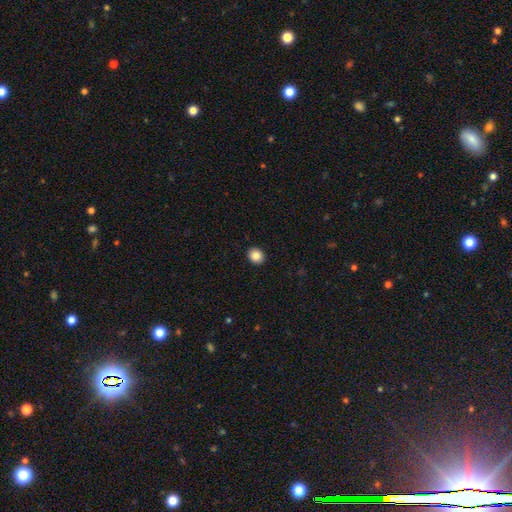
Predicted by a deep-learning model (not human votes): Q: Smooth or featured?
A: smooth (85%); runner-up: star or artifact (9%)
Q: How rounded?
A: round (71%); runner-up: in between (28%)
Q: Merging?
A: none (92%); runner-up: minor disturbance (6%)